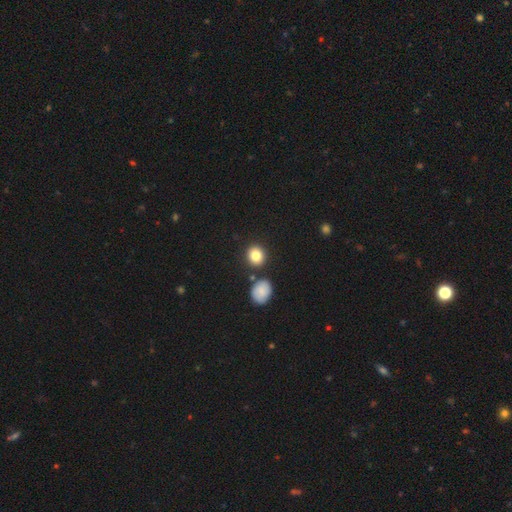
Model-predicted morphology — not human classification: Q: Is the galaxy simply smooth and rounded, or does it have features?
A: smooth — 84%.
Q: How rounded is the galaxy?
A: round — 79%.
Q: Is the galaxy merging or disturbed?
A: none — 82%.